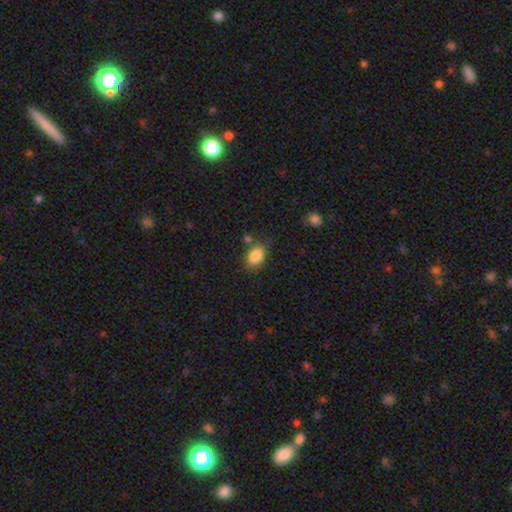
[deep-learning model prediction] smooth 86%, star or artifact 8%, featured or disk 6%. Down the decision tree: how rounded — in between (82%); merging — none (69%).